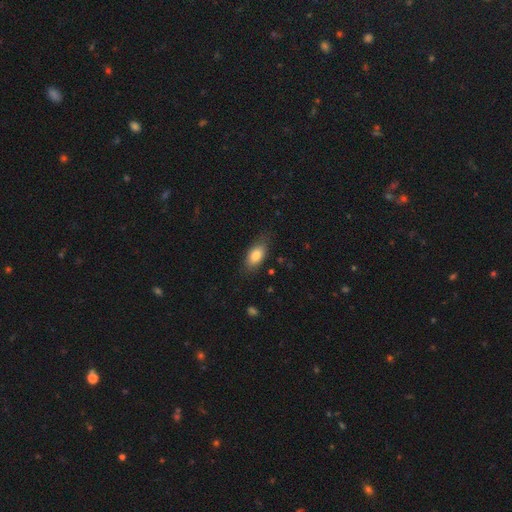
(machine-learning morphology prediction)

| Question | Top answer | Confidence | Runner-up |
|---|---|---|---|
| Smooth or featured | smooth | 80% | featured or disk (13%) |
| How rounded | in between | 88% | cigar-shaped (7%) |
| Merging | none | 76% | minor disturbance (19%) |